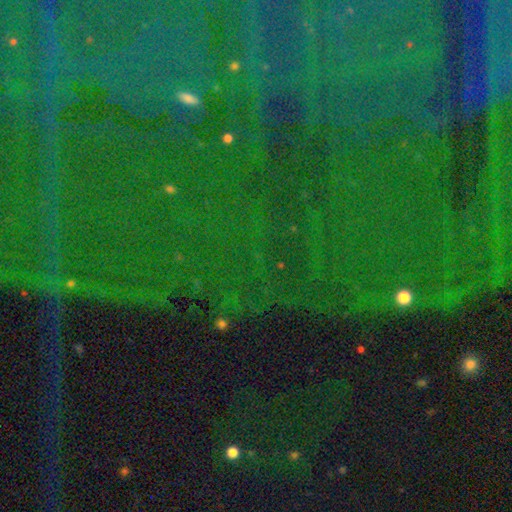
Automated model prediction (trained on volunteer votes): A star or artifact, not a galaxy (85%).